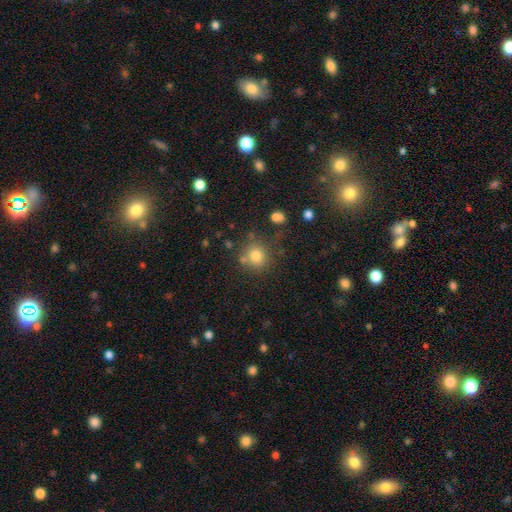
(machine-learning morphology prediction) smooth 79%, star or artifact 14%, featured or disk 7%. Down the decision tree: how rounded — round (88%); merging — none (73%).